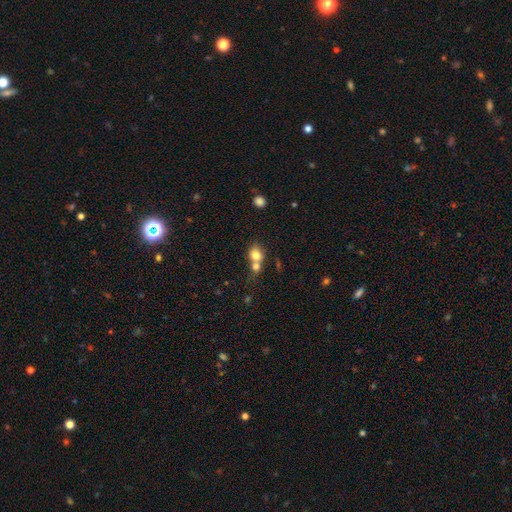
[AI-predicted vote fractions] smooth-or-featured: smooth: 76% | featured or disk: 13% | star or artifact: 10%
  how-rounded: round: 63% | in between: 36% | cigar-shaped: 1%
  merging: merger: 59% | none: 30% | minor disturbance: 8% | major disturbance: 4%